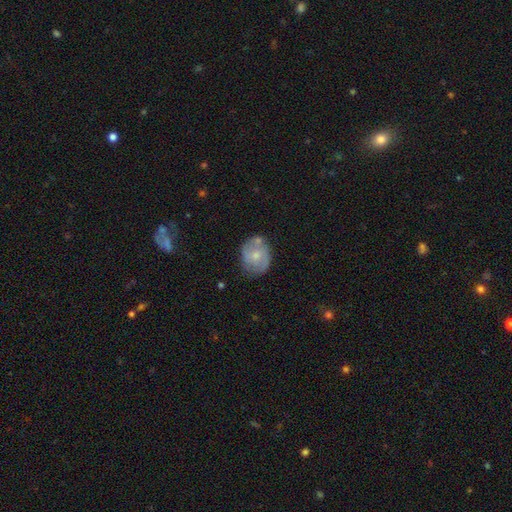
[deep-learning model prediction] A featured or disk galaxy (53%) with no bar (68%), spiral arms (70%) and a small central bulge (55%). Merging: none (58%).